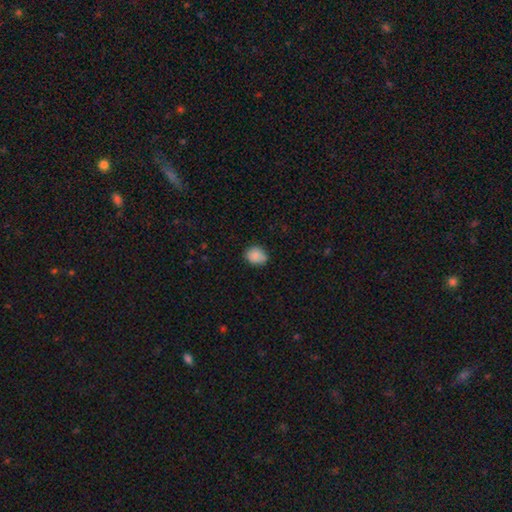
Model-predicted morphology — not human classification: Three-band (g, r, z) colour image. It shows a smooth galaxy with no disk features (86%) that is round (64%). Merging: none (74%).